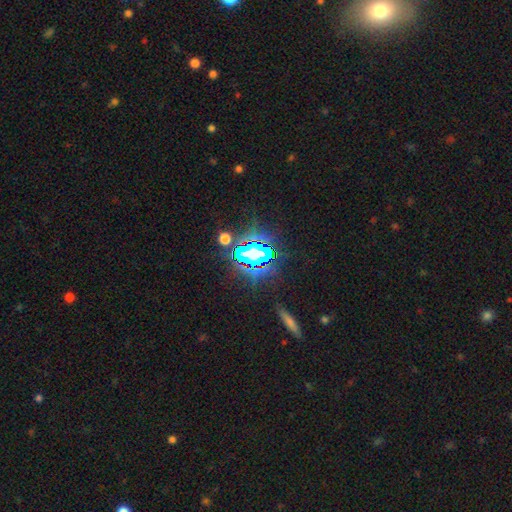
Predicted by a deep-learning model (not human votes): A star or artifact, not a galaxy (77%).

Vote fractions:
- Smooth or featured? star or artifact: 77% / smooth: 13% / featured or disk: 10%